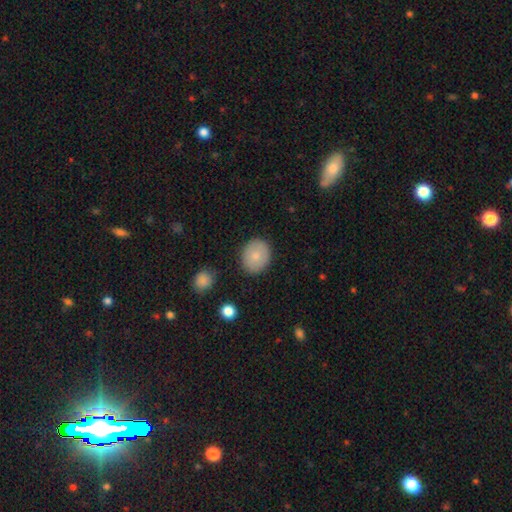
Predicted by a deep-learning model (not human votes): Smooth or featured? smooth (82%)
How rounded? round (60%)
Merging? none (87%)